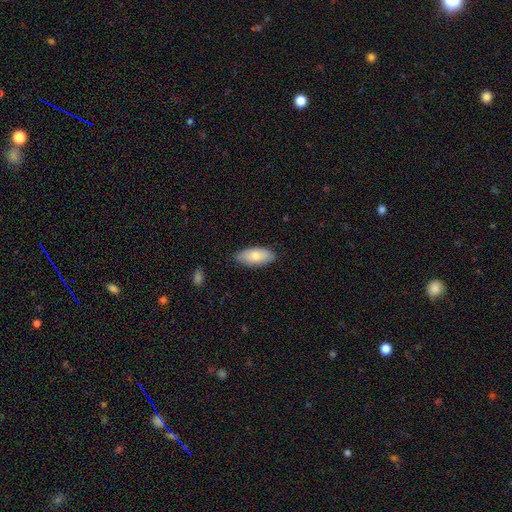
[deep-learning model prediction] The model was most divided on "smooth or featured": smooth: 77%, featured or disk: 17%, star or artifact: 6%. More confident: how rounded — in between (90%); merging — none (84%).